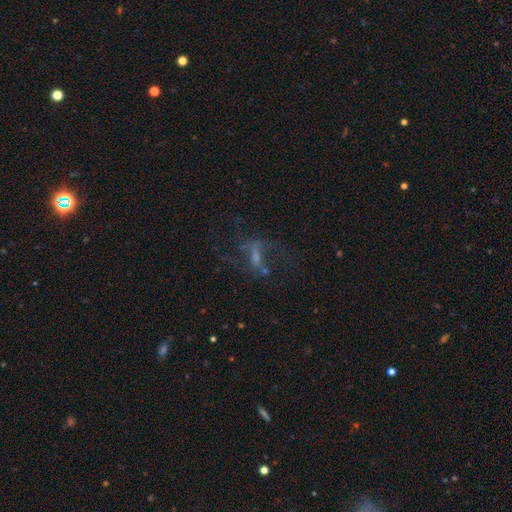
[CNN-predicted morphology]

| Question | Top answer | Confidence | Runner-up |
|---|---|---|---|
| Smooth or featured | featured or disk | 57% | smooth (22%) |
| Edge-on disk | no | 91% | yes (9%) |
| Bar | no | 40% | weak (39%) |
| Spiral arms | yes | 54% | no (46%) |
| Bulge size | small | 37% | none (31%) |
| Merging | none | 44% | major disturbance (35%) |